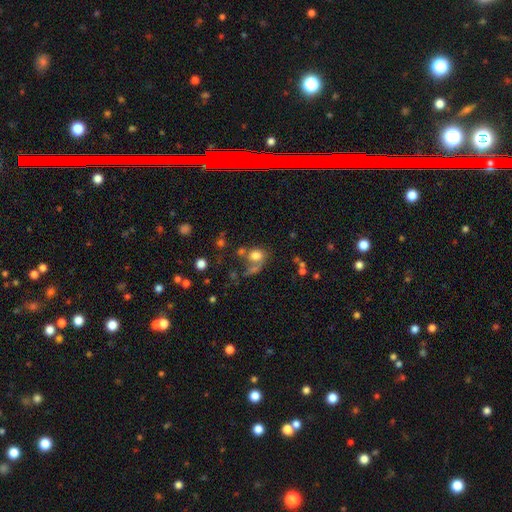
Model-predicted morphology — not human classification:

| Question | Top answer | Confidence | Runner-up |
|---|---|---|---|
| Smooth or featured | smooth | 71% | featured or disk (16%) |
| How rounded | round | 54% | in between (44%) |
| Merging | none | 36% | merger (29%) |